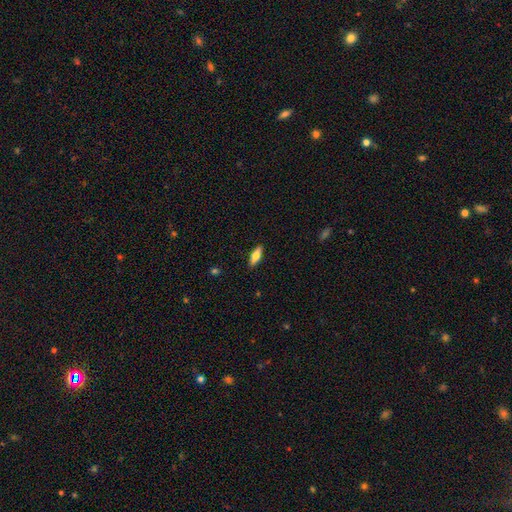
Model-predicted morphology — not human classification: Q: Smooth or featured?
A: smooth (65%); runner-up: featured or disk (29%)
Q: How rounded?
A: in between (67%); runner-up: cigar-shaped (30%)
Q: Merging?
A: none (89%); runner-up: minor disturbance (8%)